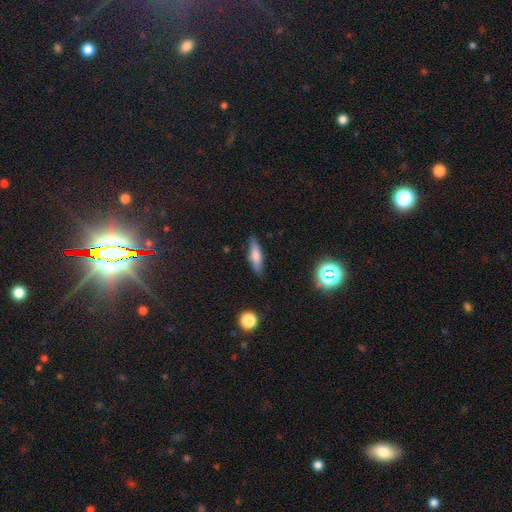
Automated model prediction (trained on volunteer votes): Overall: smooth (66%). How rounded: cigar-shaped (63%; in between 35%). Merging: none (84%).